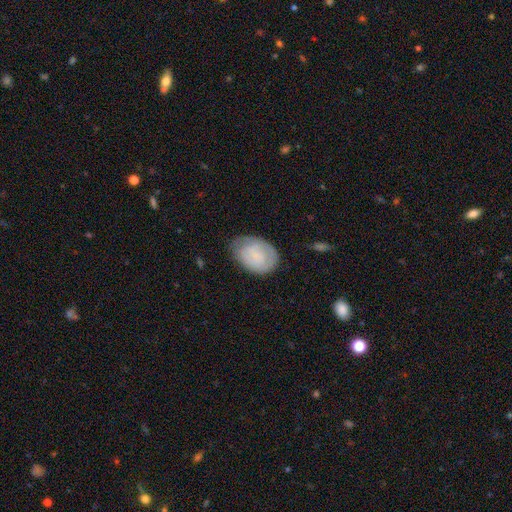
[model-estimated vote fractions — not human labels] Morphology: type=smooth (62%); roundness=in between (79%); merging=none (60%).